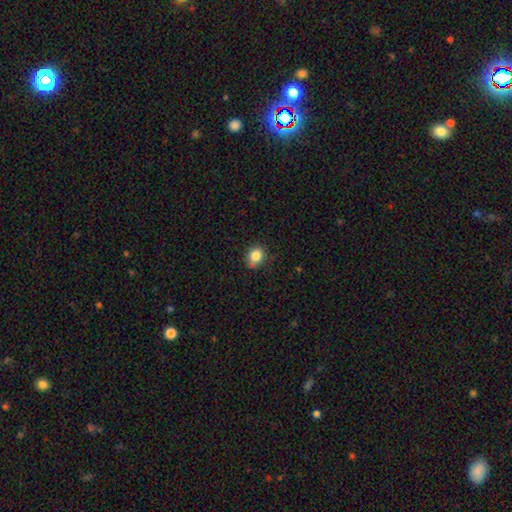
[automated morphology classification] smooth 84%, star or artifact 10%, featured or disk 6%. Down the decision tree: how rounded — round (57%); merging — none (77%).